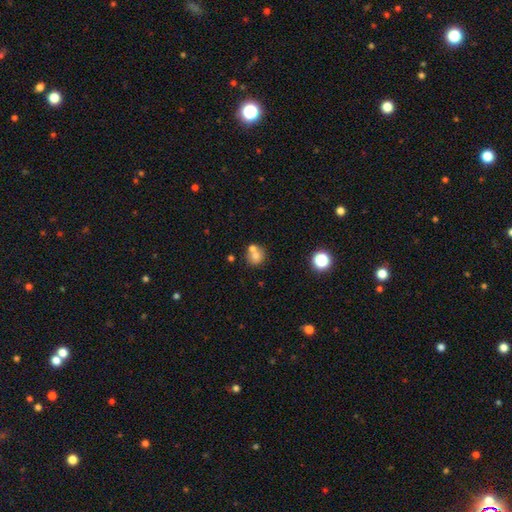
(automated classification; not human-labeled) smooth 71%, featured or disk 16%, star or artifact 13%. Down the decision tree: how rounded — round (85%); merging — none (48%).